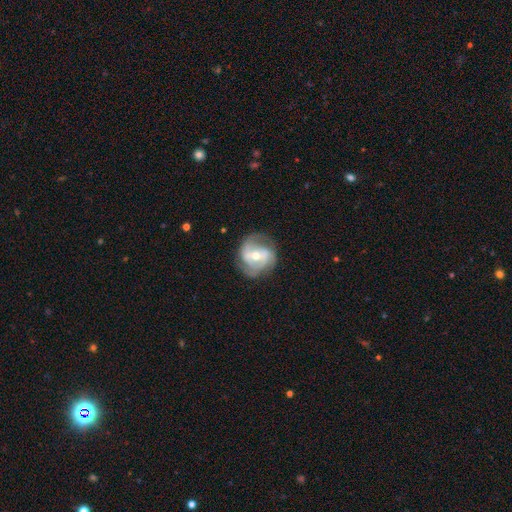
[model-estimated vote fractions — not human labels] This is likely a featured or disk galaxy (76%). It is clearly not viewed edge-on (97%). Bar: marginally weak (41%). Spiral arm pattern: clearly yes (85%). Spiral arm count: likely 2 (61%). Spiral winding: marginally medium (44%). Central bulge: possibly moderate (59%). Merging: likely none (69%).